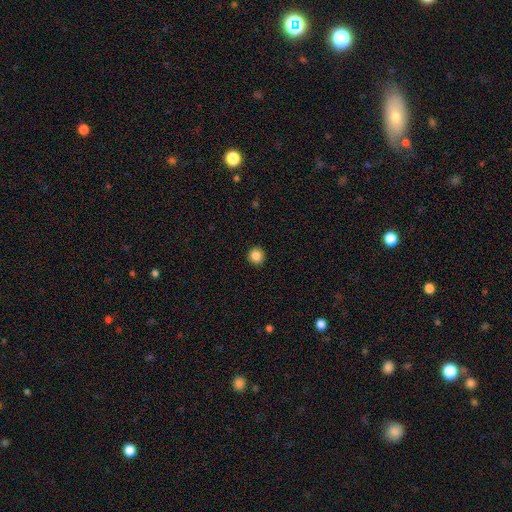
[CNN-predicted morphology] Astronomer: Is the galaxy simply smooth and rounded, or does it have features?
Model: smooth — 86%.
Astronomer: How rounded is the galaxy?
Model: round — 92%.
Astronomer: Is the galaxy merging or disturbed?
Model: none — 92%.